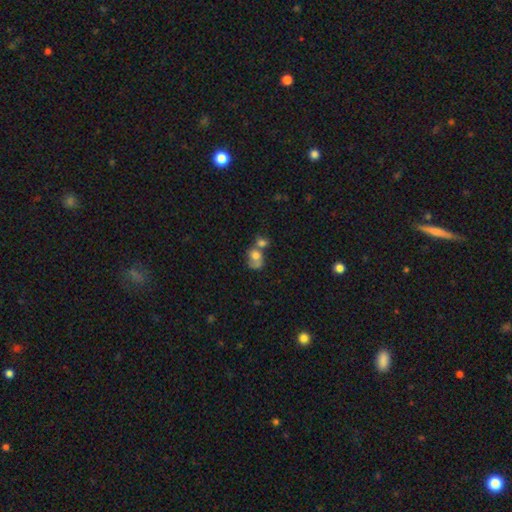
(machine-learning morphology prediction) Smooth or featured? Predicted: smooth (p=0.63). How rounded? Predicted: round (p=0.49, tied with in between). Merging? Predicted: merger (p=0.62).